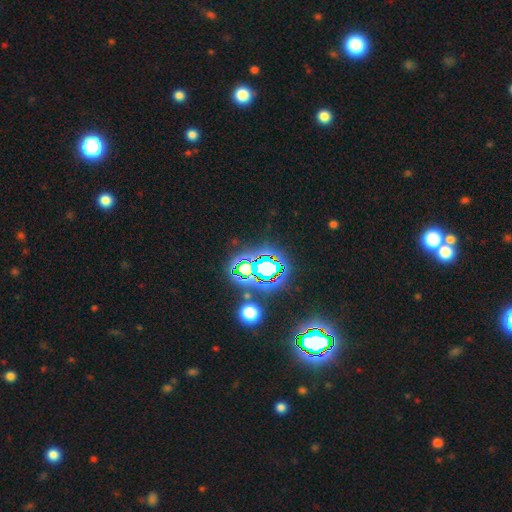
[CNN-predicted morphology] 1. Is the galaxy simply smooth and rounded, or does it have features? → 78% star or artifact, 14% smooth, 9% featured or disk.